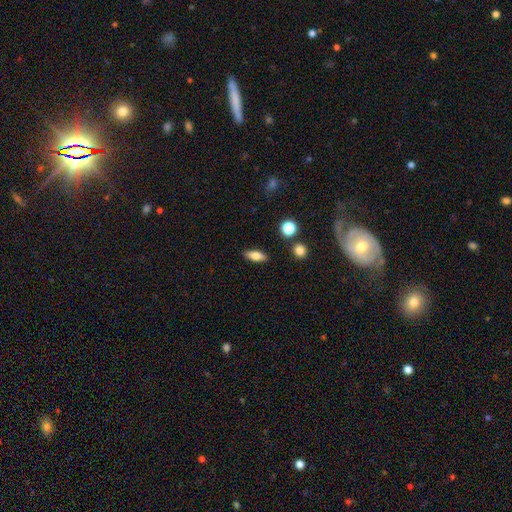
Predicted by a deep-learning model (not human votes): smooth 75%, featured or disk 17%, star or artifact 8%. Down the decision tree: how rounded — in between (72%); merging — none (86%).